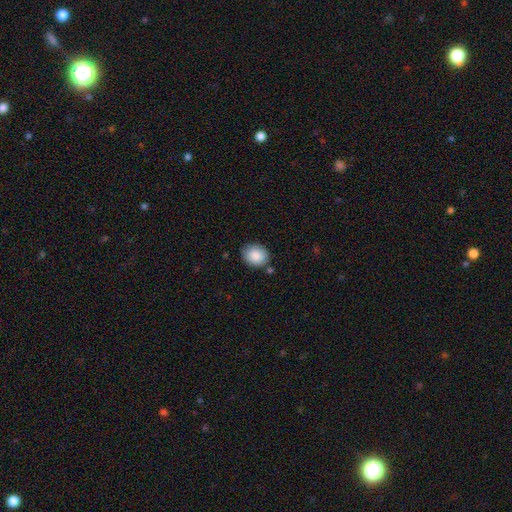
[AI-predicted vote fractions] smooth_or_featured: smooth (p=0.88) [alt: star or artifact p=0.07]
how_rounded: round (p=0.56) [alt: in between p=0.44]
merging: none (p=0.81) [alt: minor disturbance p=0.12]